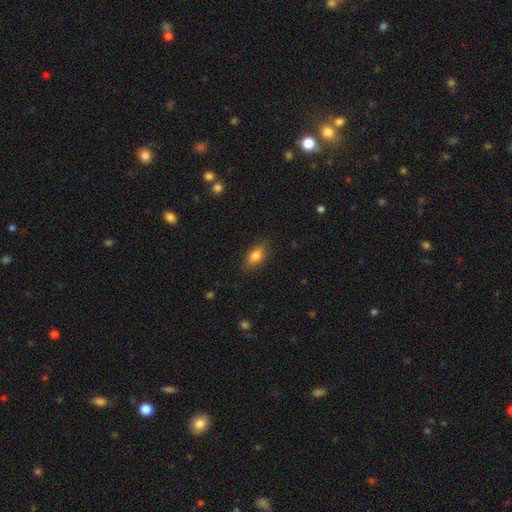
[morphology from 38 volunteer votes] A smooth galaxy with no disk features (87%) that is in between round and cigar-shaped (91%).

Vote fractions:
- Smooth or featured? smooth: 87% / featured or disk: 8% / star or artifact: 5%
- How rounded? in between: 91% / round: 6% / cigar-shaped: 3%
- Merging? none: 89% / minor disturbance: 8% / major disturbance: 3% / merger: 0%